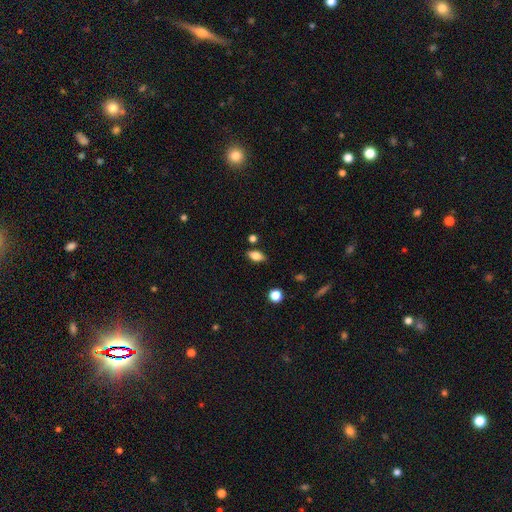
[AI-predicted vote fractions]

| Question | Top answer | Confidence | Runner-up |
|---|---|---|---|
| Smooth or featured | smooth | 78% | featured or disk (13%) |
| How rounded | in between | 86% | cigar-shaped (8%) |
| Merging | none | 82% | minor disturbance (12%) |